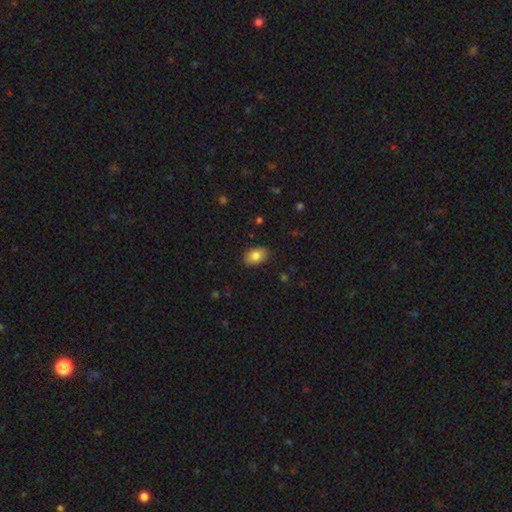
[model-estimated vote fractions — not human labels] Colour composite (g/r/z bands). It shows a smooth galaxy with no disk features (84%) that is in between round and cigar-shaped (84%). Merging: none (87%).